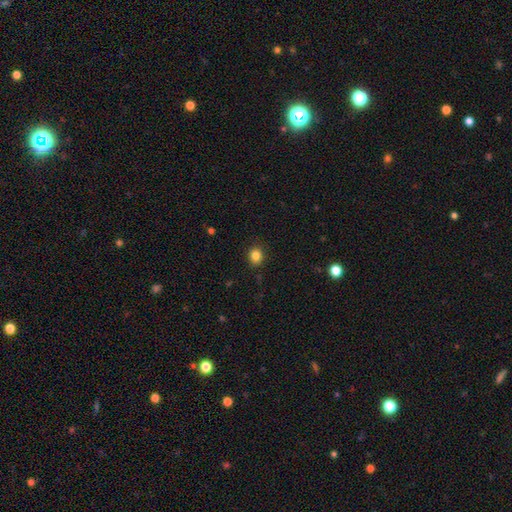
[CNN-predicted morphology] This is clearly a smooth galaxy (84%). How rounded: likely round (71%). Merging: clearly none (89%).